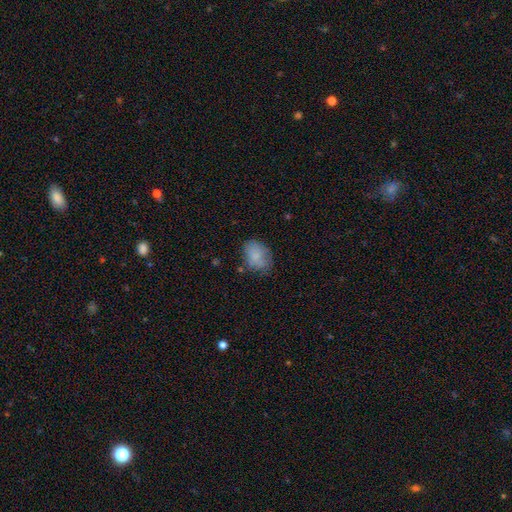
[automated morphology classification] This appears to be a smooth galaxy with no disk features (80%) that is in between round and cigar-shaped (74%). Merging: none (62%).